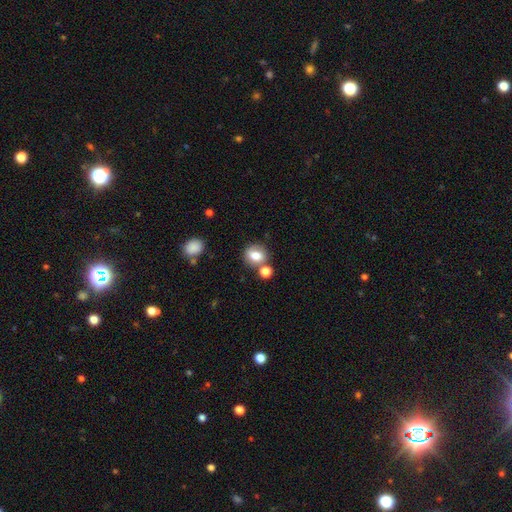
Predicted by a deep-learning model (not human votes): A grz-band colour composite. It shows a smooth galaxy with no disk features (75%) that is round (58%). Merging: none (62%).